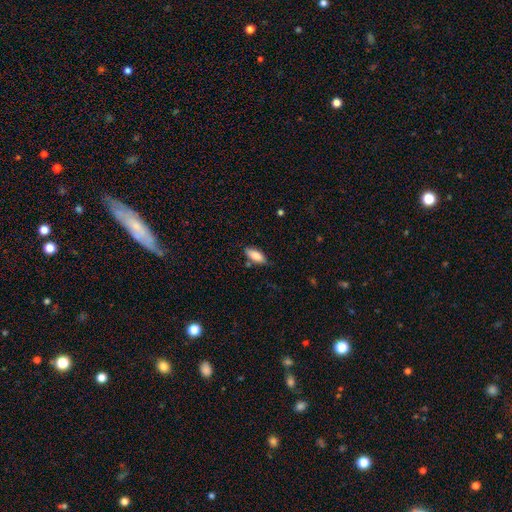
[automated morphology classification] A smooth galaxy with no disk features (84%) that is in between round and cigar-shaped (79%).

Vote fractions:
- Smooth or featured? smooth: 84% / featured or disk: 9% / star or artifact: 6%
- How rounded? in between: 79% / cigar-shaped: 19% / round: 2%
- Merging? none: 78% / minor disturbance: 16% / merger: 3% / major disturbance: 3%